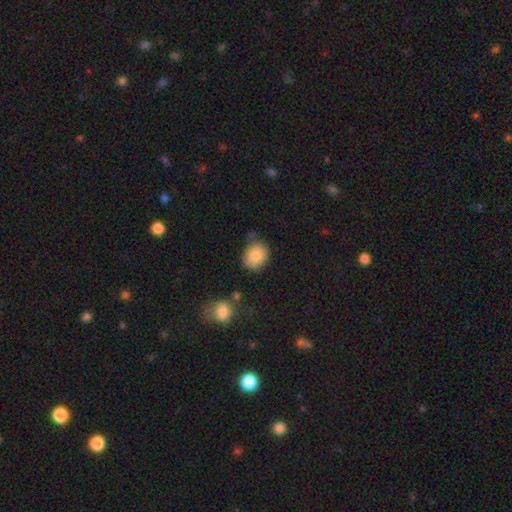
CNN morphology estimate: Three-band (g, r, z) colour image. It shows a smooth galaxy with no disk features (86%) that is round (57%). Merging: none (69%).